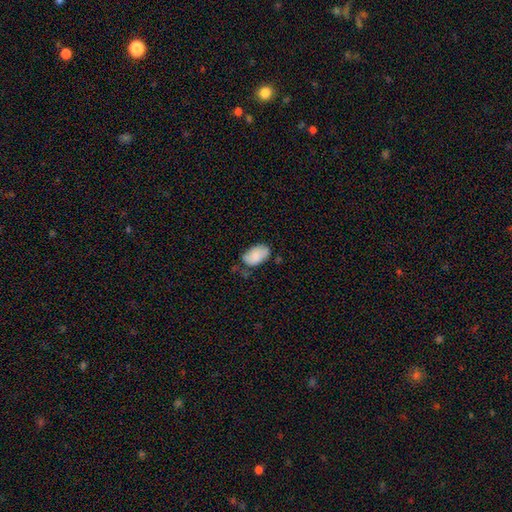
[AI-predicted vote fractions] Smooth or featured: smooth — 80% (featured or disk — 13%)
How rounded: in between — 93% (round — 5%)
Merging: none — 52% (minor disturbance — 34%)